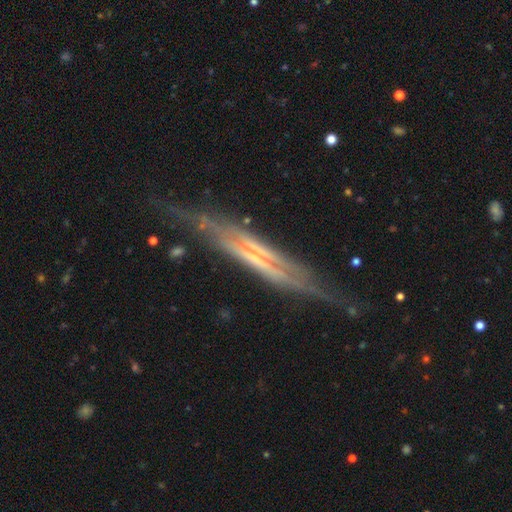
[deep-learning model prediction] Q: Smooth or featured?
A: featured or disk (81%); runner-up: smooth (13%)
Q: Edge-on disk?
A: yes (88%); runner-up: no (12%)
Q: Edge-on bulge?
A: none (59%); runner-up: rounded (26%)
Q: Merging?
A: none (70%); runner-up: minor disturbance (20%)